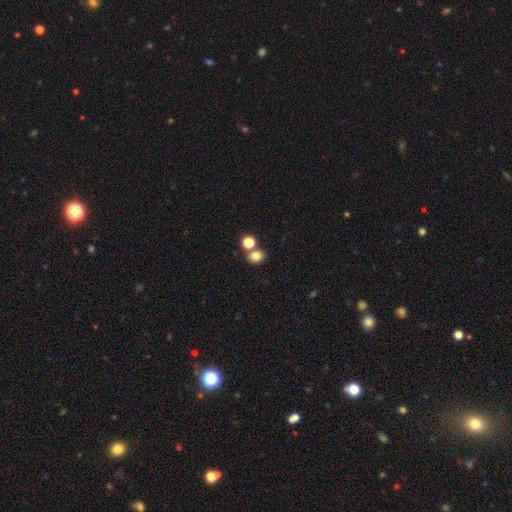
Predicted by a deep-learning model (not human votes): Smooth or featured? smooth (80%)
How rounded? round (57%)
Merging? none (62%)